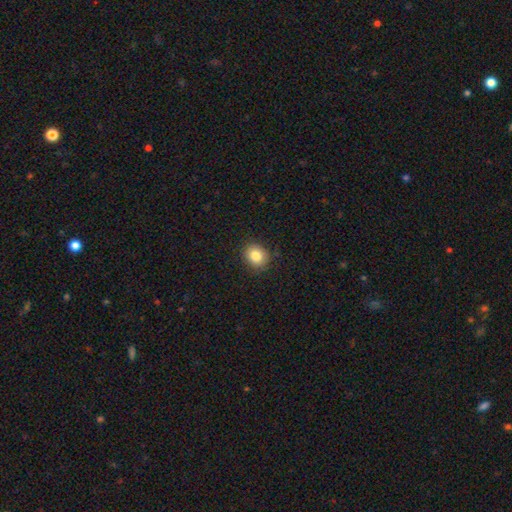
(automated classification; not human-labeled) This appears to be a smooth galaxy with no disk features (83%) that is round (68%). Merging: none (88%).